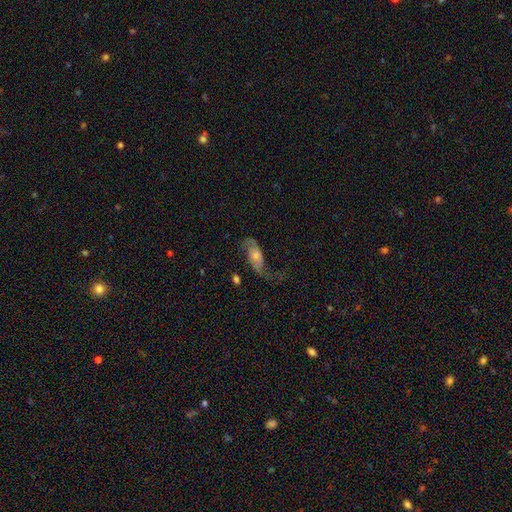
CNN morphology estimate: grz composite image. It shows a featured or disk galaxy (58%) with no bar (69%), spiral arms (82%) and a small central bulge (43%). Merging: none (42%).